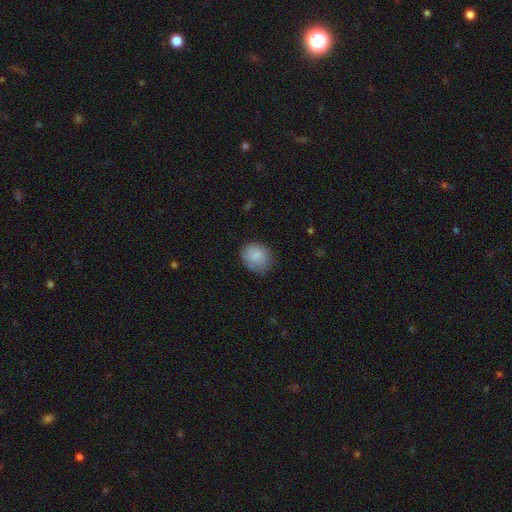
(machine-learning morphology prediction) This is clearly a smooth galaxy (84%). How rounded: likely round (61%). Merging: likely none (73%).